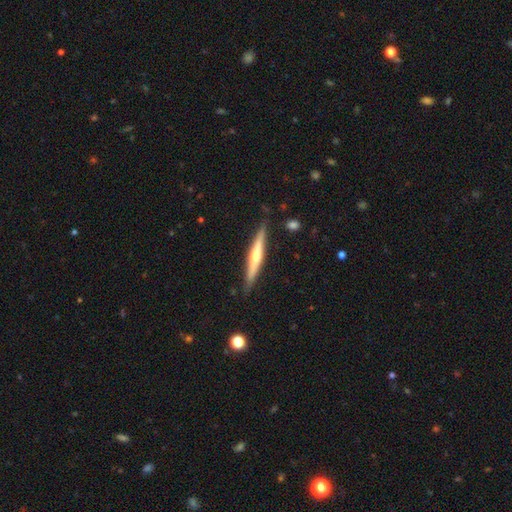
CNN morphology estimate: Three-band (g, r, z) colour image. It shows a featured or disk galaxy (67%) viewed edge-on (97%) with a rounded central bulge (82%). Merging: none (87%).